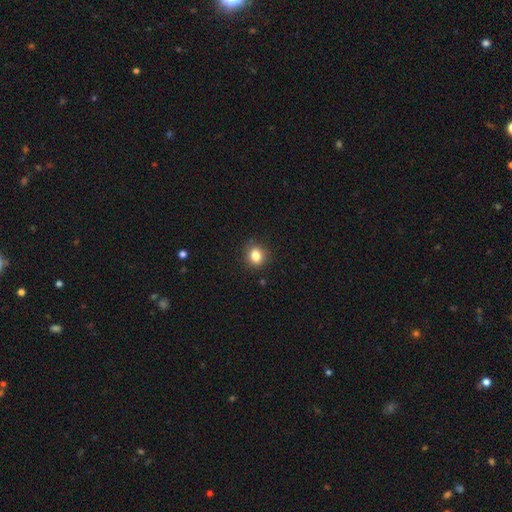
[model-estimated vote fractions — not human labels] A smooth galaxy with no disk features (83%) that is round (67%). Merging: none (87%).